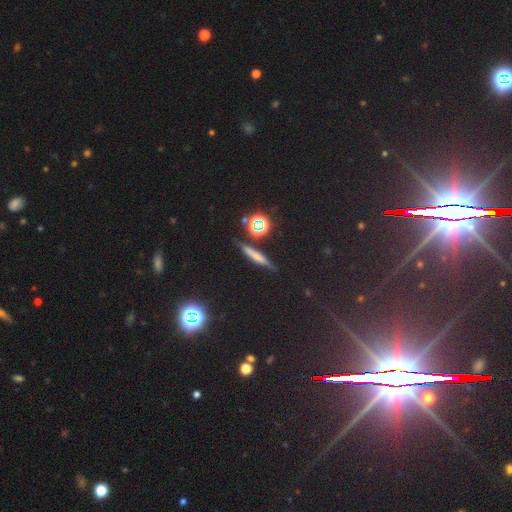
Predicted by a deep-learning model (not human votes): Smooth or featured: smooth — 47% (star or artifact — 30%)
Merging: none — 79% (minor disturbance — 13%)